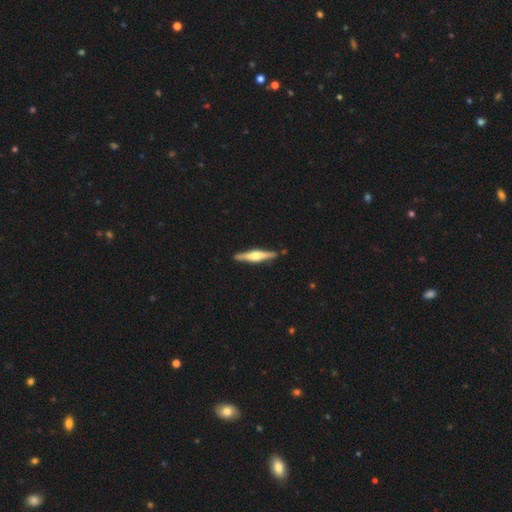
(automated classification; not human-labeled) Overall: featured or disk (69%). Edge-on disk: yes (98%). Edge-on bulge: rounded (79%). Merging: none (89%).